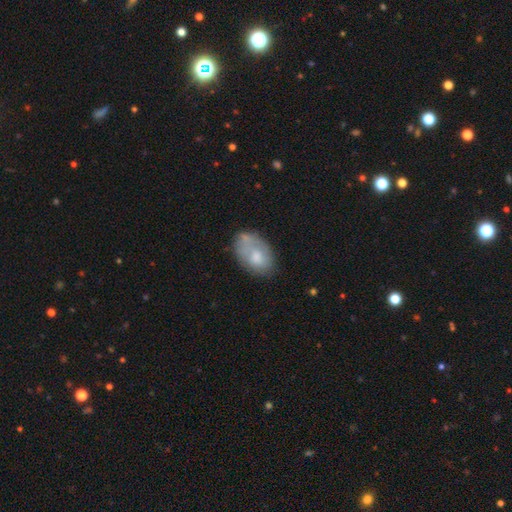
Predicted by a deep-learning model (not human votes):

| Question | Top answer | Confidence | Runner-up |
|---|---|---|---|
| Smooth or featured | smooth | 64% | featured or disk (29%) |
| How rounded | in between | 90% | round (9%) |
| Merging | none | 52% | minor disturbance (28%) |